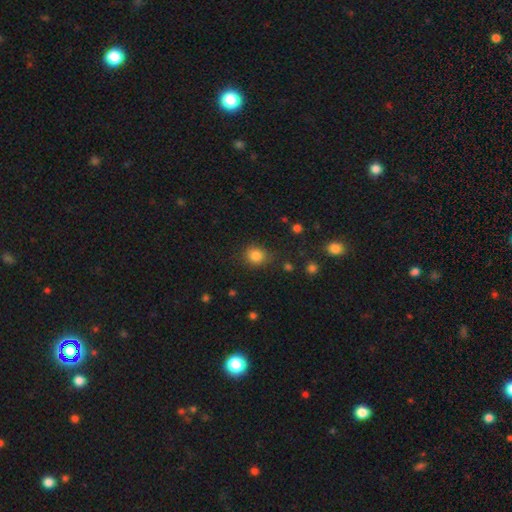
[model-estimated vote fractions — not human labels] A smooth galaxy with no disk features (84%) that is round (77%).

Vote fractions:
- Smooth or featured? smooth: 84% / star or artifact: 12% / featured or disk: 5%
- How rounded? round: 77% / in between: 22% / cigar-shaped: 1%
- Merging? none: 80% / minor disturbance: 14% / major disturbance: 4% / merger: 2%